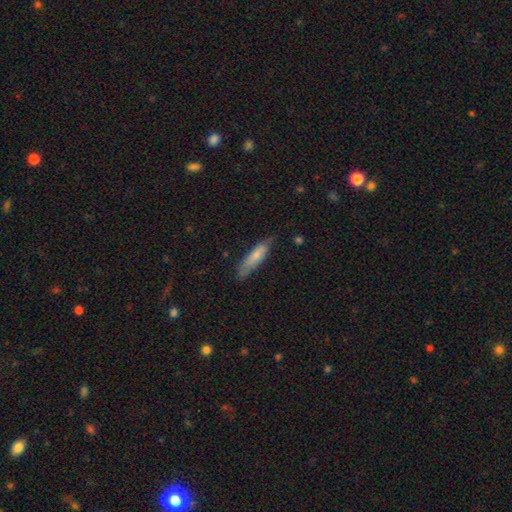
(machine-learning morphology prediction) Smooth or featured? Predicted: smooth (p=0.69). How rounded? Predicted: cigar-shaped (p=0.74). Merging? Predicted: none (p=0.70).